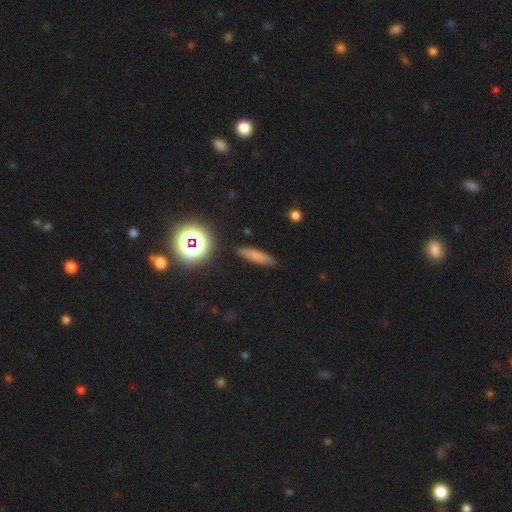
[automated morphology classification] Smooth or featured? Predicted: smooth (p=0.72). How rounded? Predicted: cigar-shaped (p=0.80). Merging? Predicted: none (p=0.86).